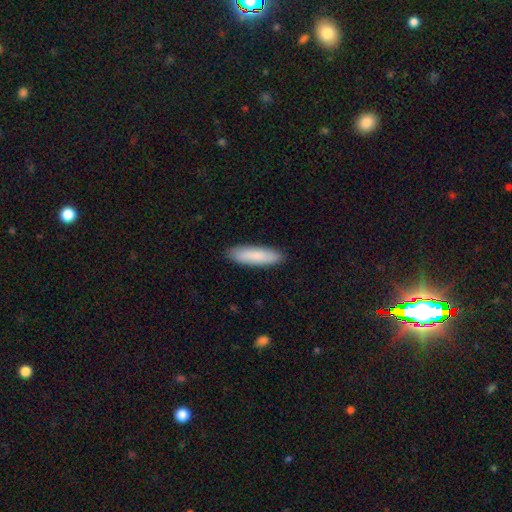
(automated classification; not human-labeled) Smooth or featured? smooth (86%)
How rounded? cigar-shaped (66%)
Merging? none (90%)